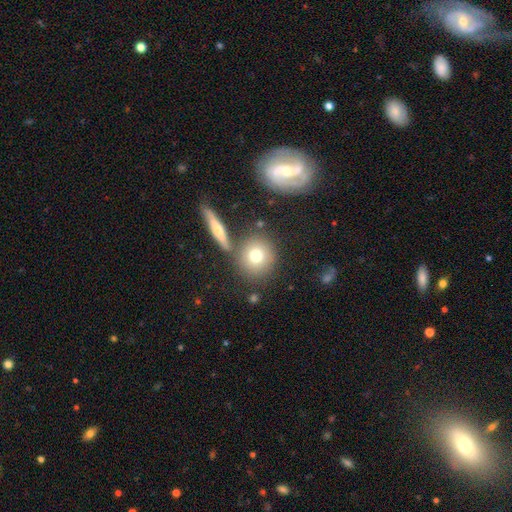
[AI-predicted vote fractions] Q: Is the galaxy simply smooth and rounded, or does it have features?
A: smooth — 74%.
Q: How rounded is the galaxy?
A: round — 86%.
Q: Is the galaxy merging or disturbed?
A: none — 74%.